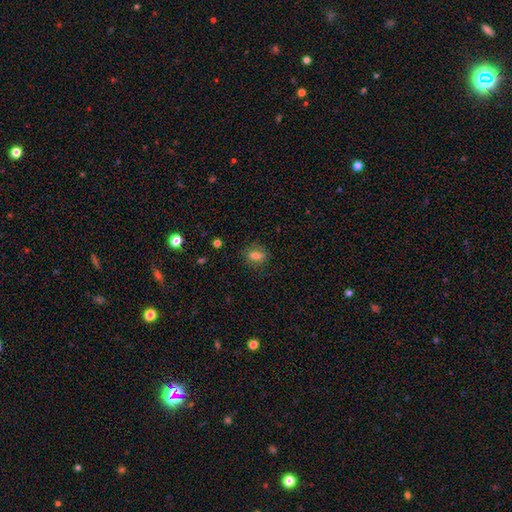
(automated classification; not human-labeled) A smooth galaxy with no disk features (72%) that is in between round and cigar-shaped (59%).

Vote fractions:
- Smooth or featured? smooth: 72% / featured or disk: 16% / star or artifact: 12%
- How rounded? in between: 59% / round: 37% / cigar-shaped: 4%
- Merging? none: 81% / minor disturbance: 14% / major disturbance: 4% / merger: 1%